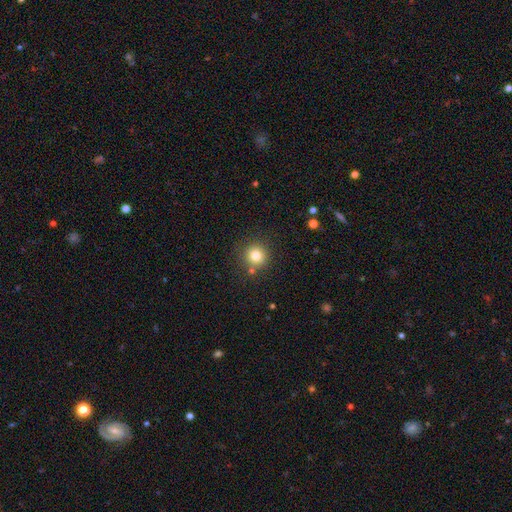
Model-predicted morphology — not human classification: Smooth or featured? smooth (80%)
How rounded? round (94%)
Merging? none (82%)